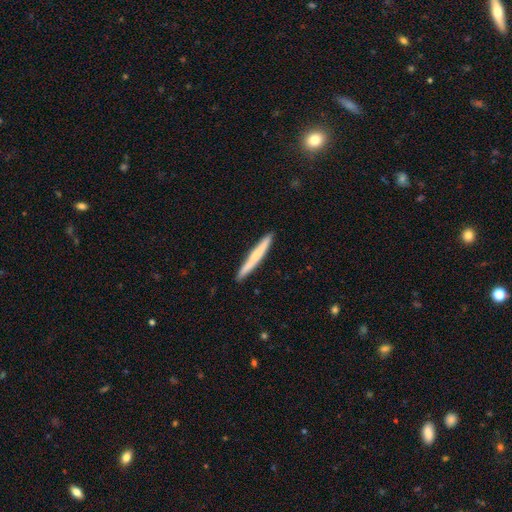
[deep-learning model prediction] Smooth or featured: smooth — 60% (featured or disk — 35%)
How rounded: cigar-shaped — 97% (in between — 2%)
Merging: none — 92% (minor disturbance — 6%)